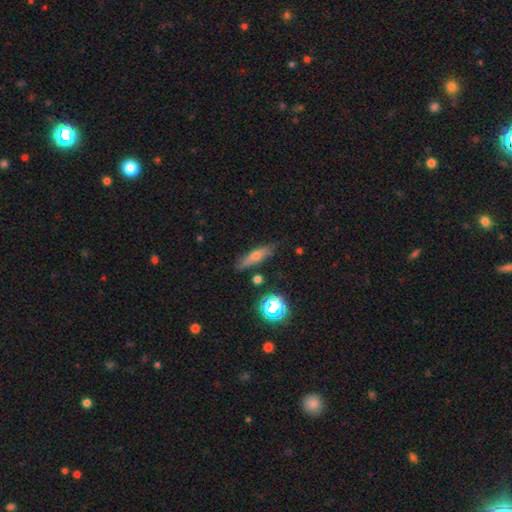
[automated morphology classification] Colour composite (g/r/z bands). It shows a smooth galaxy with no disk features (56%) that is cigar-shaped (66%). Merging: none (80%).